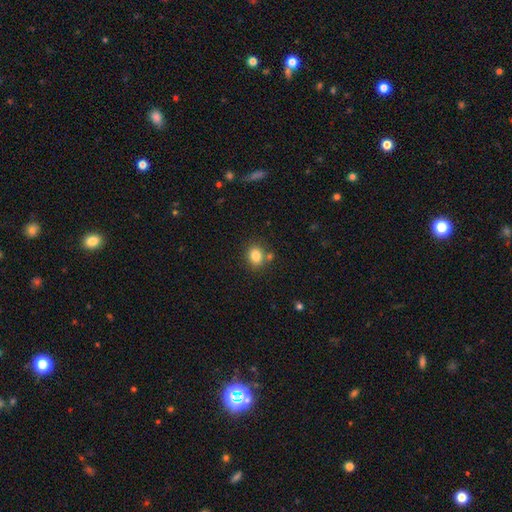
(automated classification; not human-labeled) Smooth or featured? smooth (82%)
How rounded? round (64%)
Merging? none (75%)